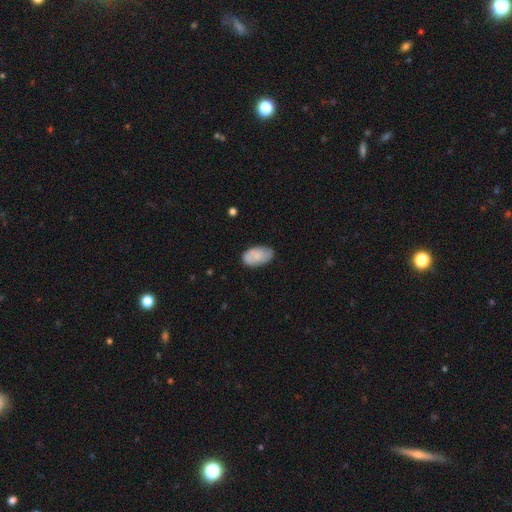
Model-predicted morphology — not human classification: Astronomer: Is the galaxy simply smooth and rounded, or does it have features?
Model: smooth — 75%.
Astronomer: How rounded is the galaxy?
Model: in between — 94%.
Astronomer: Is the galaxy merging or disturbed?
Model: none — 73%.